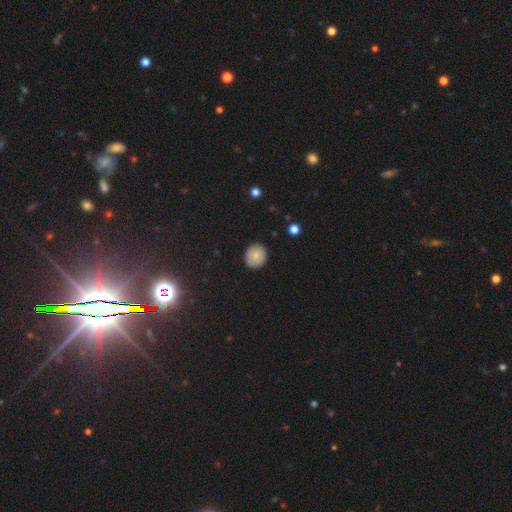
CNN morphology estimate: smooth 80%, featured or disk 11%, star or artifact 9%. Down the decision tree: how rounded — round (82%); merging — none (88%).